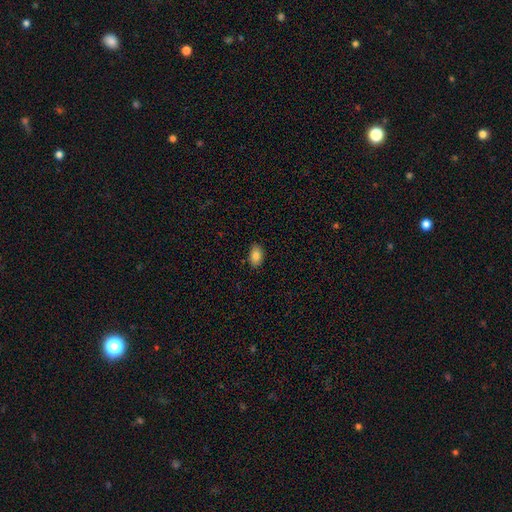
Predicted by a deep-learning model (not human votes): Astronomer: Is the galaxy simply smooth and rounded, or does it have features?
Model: smooth — 84%.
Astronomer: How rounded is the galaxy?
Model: in between — 89%.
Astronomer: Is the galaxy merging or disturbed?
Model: none — 85%.